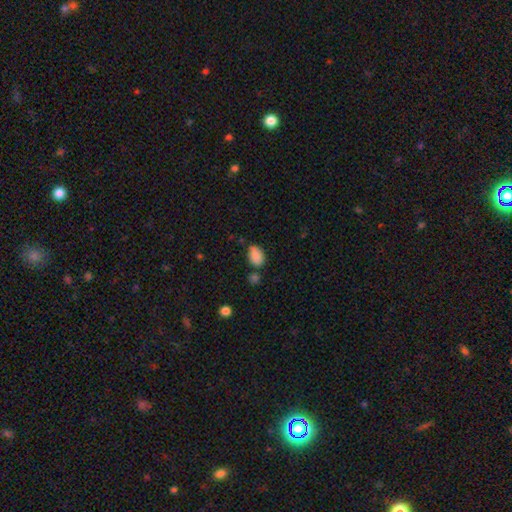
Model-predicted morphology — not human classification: smooth-or-featured: smooth: 86% | star or artifact: 9% | featured or disk: 5%
  how-rounded: in between: 88% | round: 11% | cigar-shaped: 1%
  merging: none: 62% | minor disturbance: 23% | merger: 10% | major disturbance: 5%